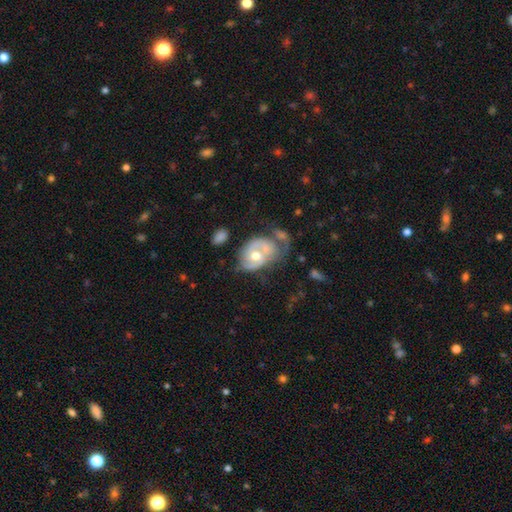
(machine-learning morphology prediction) Smooth or featured? featured or disk (67%)
Edge-on disk? no (96%)
Bar? no (75%)
Spiral arms? yes (65%)
Bulge size? moderate (75%)
Merging? major disturbance (32%)